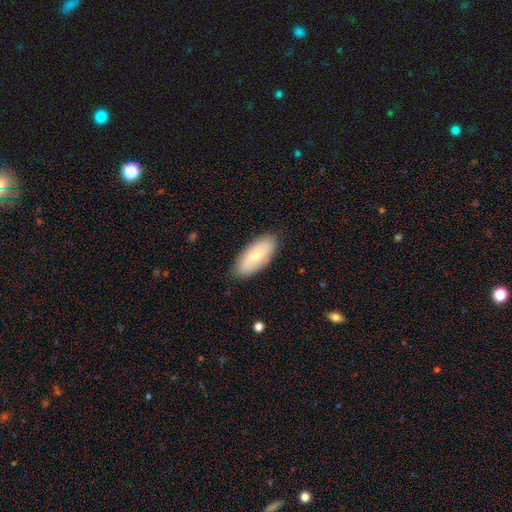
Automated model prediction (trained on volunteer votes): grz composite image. It shows a smooth galaxy with no disk features (67%) that is in between round and cigar-shaped (84%). Merging: none (86%).